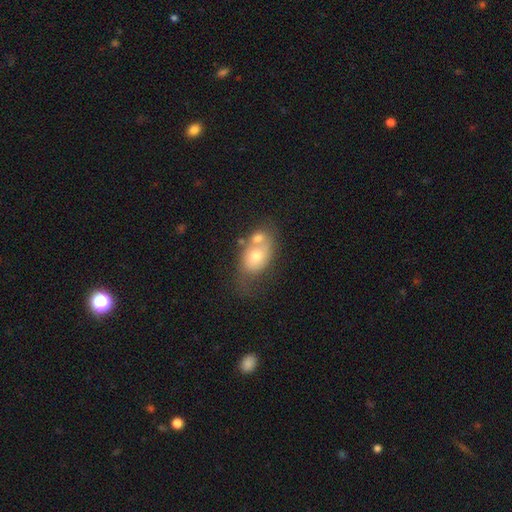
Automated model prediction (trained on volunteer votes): This appears to be a smooth galaxy with no disk features (63%) that is in between round and cigar-shaped (81%). Merging: merger (45%).